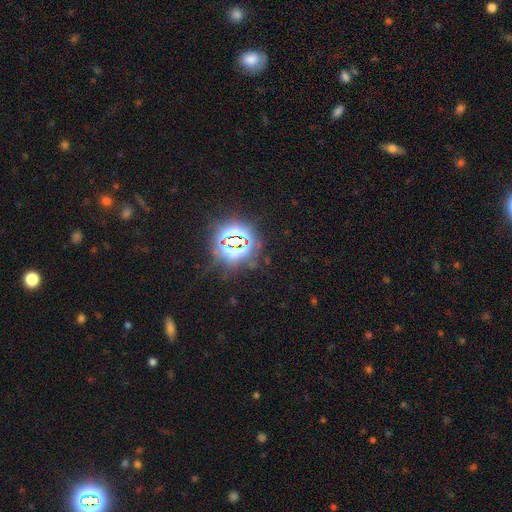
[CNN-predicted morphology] smooth_or_featured: star or artifact (p=0.79) [alt: smooth p=0.13]